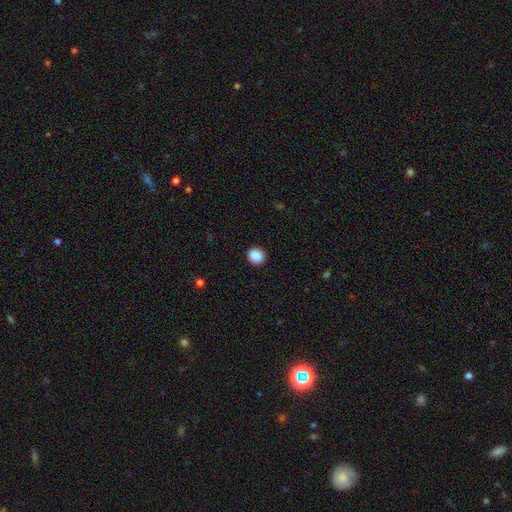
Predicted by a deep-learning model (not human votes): Smooth or featured? Predicted: smooth (p=0.89). How rounded? Predicted: round (p=0.83). Merging? Predicted: none (p=0.92).